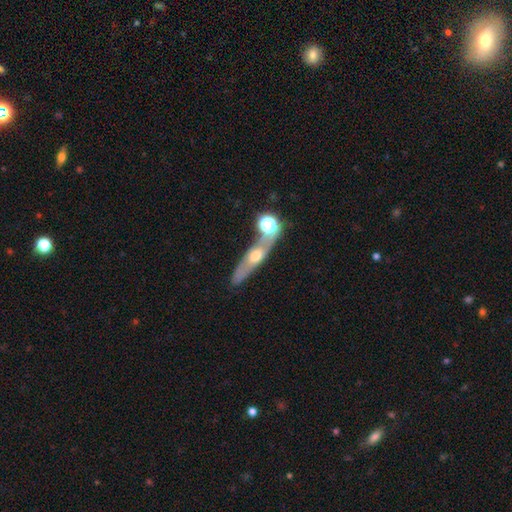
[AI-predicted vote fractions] smooth-or-featured: featured or disk: 57% | smooth: 32% | star or artifact: 12%
  disk-edge-on: yes: 70% | no: 30%
  merging: none: 64% | merger: 18% | minor disturbance: 13% | major disturbance: 5%